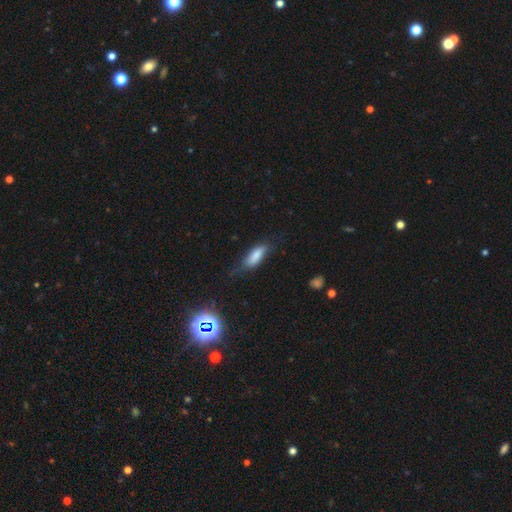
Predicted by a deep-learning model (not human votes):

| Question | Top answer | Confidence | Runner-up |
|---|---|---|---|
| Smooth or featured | smooth | 78% | featured or disk (14%) |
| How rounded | in between | 71% | cigar-shaped (27%) |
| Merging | none | 53% | minor disturbance (31%) |